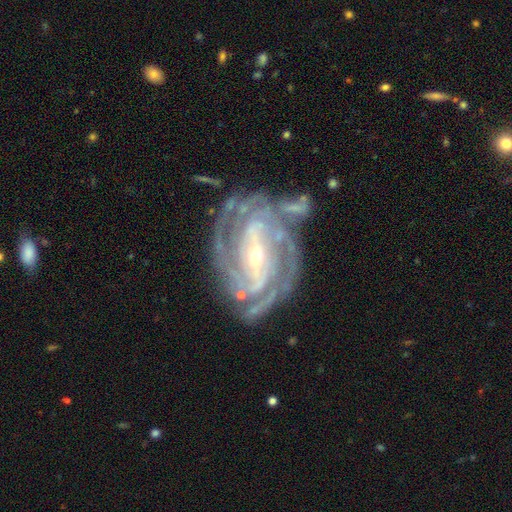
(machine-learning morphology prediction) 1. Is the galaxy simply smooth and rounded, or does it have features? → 91% featured or disk, 5% star or artifact, 4% smooth.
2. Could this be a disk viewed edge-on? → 97% no, 3% yes.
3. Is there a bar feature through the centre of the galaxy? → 45% strong, 32% weak, 23% no.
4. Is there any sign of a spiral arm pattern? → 97% yes, 3% no.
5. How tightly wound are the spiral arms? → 65% tight, 30% medium, 5% loose.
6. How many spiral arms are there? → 25% 3, 24% 2, 21% 4, 17% can't tell, 7% more than 4, 5% 1.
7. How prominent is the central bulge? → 73% small, 24% moderate, 1% large, 1% none, 1% dominant.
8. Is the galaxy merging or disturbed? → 67% none, 18% minor disturbance, 9% major disturbance, 6% merger.